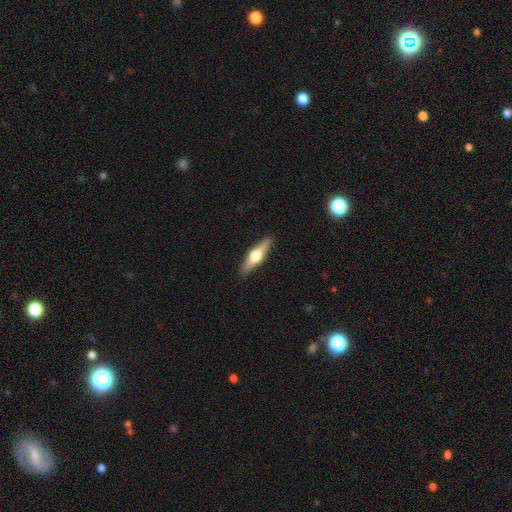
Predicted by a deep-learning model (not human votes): Smooth or featured?
  - featured or disk: 61% *
  - smooth: 34%
  - star or artifact: 5%
Edge-on disk?
  - yes: 96% *
  - no: 4%
Edge-on bulge?
  - rounded: 95% *
  - boxy: 4%
  - none: 2%
Merging?
  - none: 90% *
  - minor disturbance: 7%
  - major disturbance: 2%
  - merger: 1%